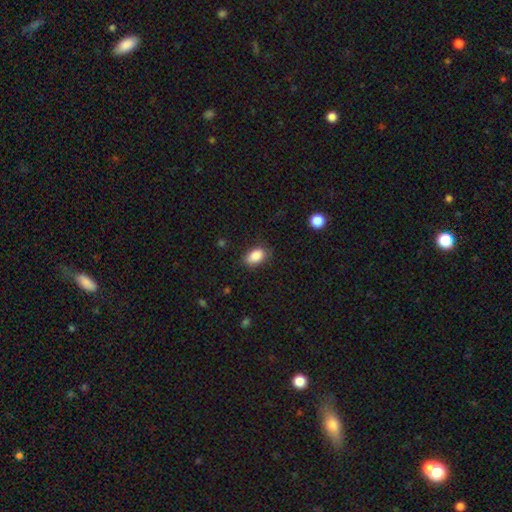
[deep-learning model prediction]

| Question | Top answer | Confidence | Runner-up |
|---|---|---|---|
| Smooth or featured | smooth | 87% | star or artifact (8%) |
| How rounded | in between | 89% | round (10%) |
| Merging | none | 80% | minor disturbance (16%) |